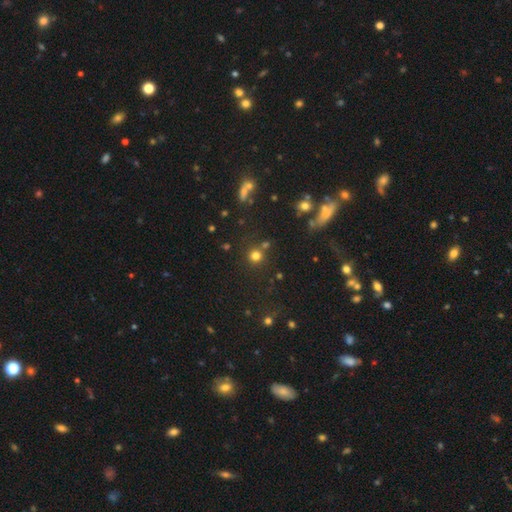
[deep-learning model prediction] Smooth or featured?
  - smooth: 73% *
  - star or artifact: 20%
  - featured or disk: 7%
How rounded?
  - round: 92% *
  - in between: 7%
  - cigar-shaped: 1%
Merging?
  - none: 77% *
  - merger: 11%
  - minor disturbance: 8%
  - major disturbance: 4%